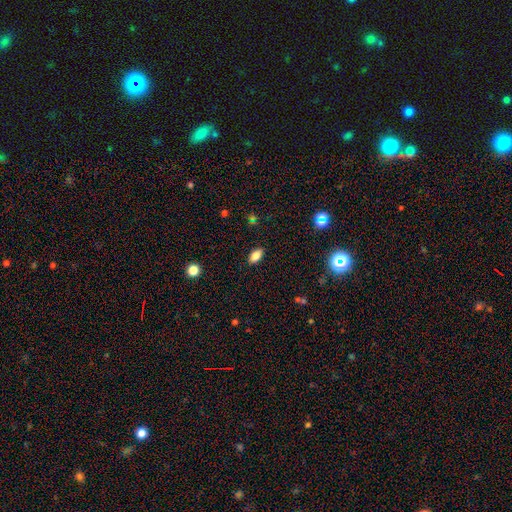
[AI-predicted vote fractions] This appears to be a smooth galaxy with no disk features (80%) that is in between round and cigar-shaped (90%). Merging: none (88%).